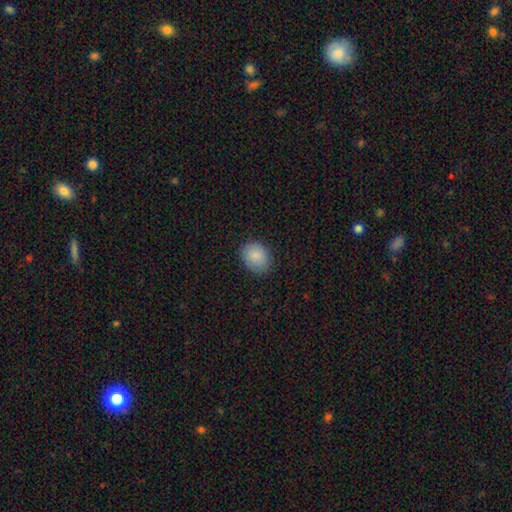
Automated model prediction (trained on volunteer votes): smooth 88%, star or artifact 8%, featured or disk 4%. Down the decision tree: how rounded — in between (56%); merging — none (83%).